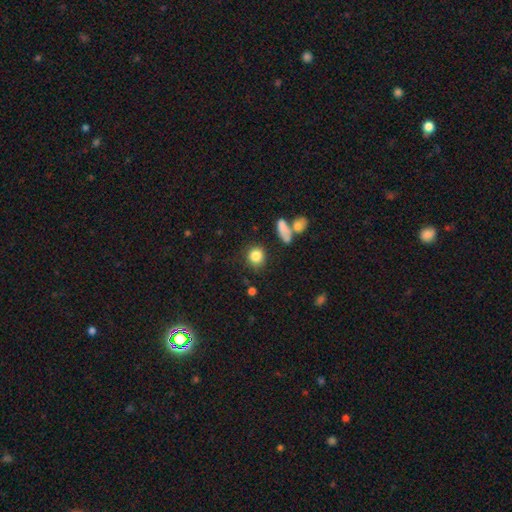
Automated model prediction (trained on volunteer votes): This appears to be a smooth galaxy with no disk features (84%) that is round (83%). Merging: none (75%).